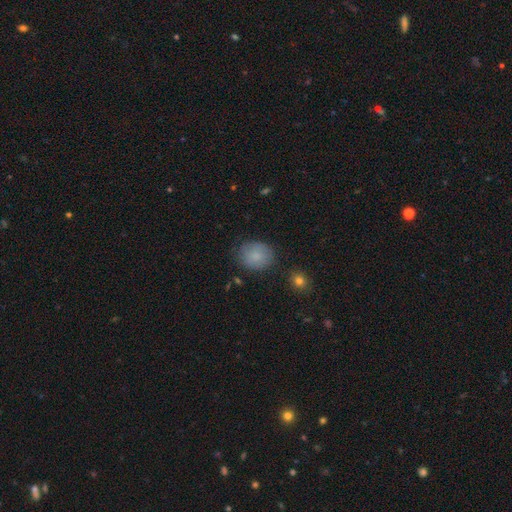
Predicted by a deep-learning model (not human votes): Q: Smooth or featured?
A: smooth (84%); runner-up: featured or disk (8%)
Q: How rounded?
A: round (61%); runner-up: in between (38%)
Q: Merging?
A: none (77%); runner-up: minor disturbance (16%)